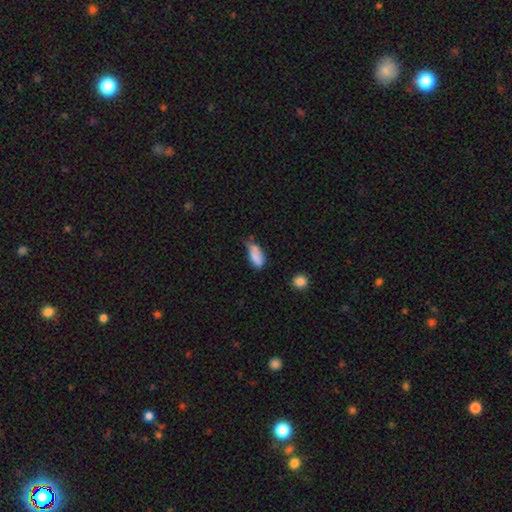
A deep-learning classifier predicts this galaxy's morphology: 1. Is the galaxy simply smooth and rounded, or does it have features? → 80% smooth, 11% featured or disk, 9% star or artifact.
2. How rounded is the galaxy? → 86% in between, 11% cigar-shaped, 3% round.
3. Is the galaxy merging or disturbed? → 47% minor disturbance, 29% none, 19% major disturbance, 5% merger.